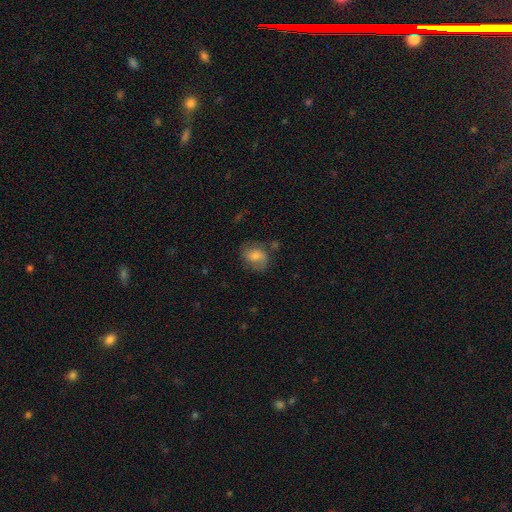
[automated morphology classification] Q: Smooth or featured?
A: smooth (54%); runner-up: featured or disk (37%)
Q: How rounded?
A: round (52%); runner-up: in between (47%)
Q: Merging?
A: none (63%); runner-up: minor disturbance (23%)